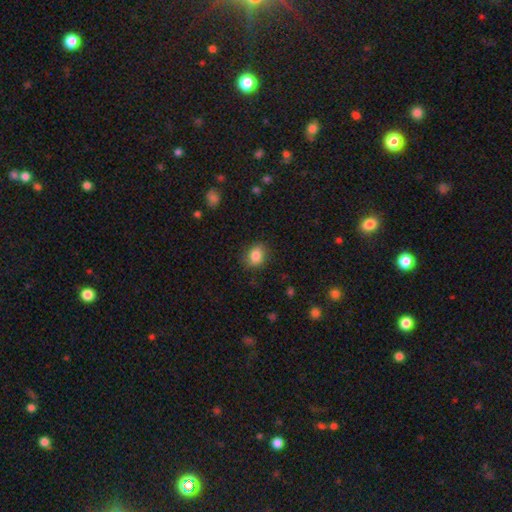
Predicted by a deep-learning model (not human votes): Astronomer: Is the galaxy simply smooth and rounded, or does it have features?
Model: smooth — 84%.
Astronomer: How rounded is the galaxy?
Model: in between — 59% (runner-up: round, 40%).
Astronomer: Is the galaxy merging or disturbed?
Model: none — 82%.